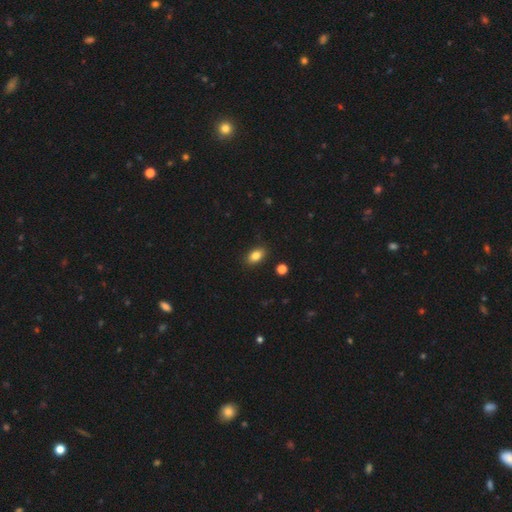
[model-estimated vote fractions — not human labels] Overall: smooth (84%). How rounded: in between (86%). Merging: none (87%).